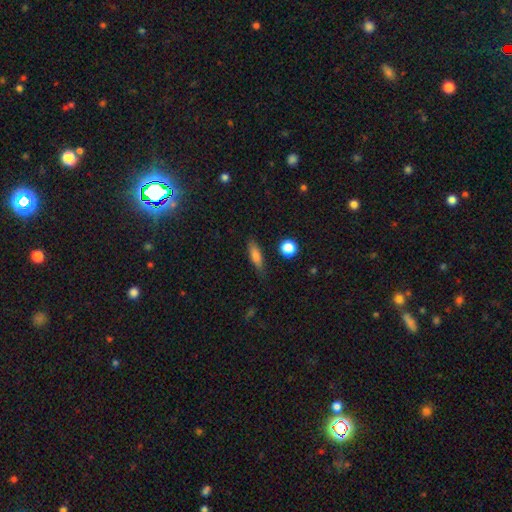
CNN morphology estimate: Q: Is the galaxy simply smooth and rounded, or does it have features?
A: smooth — 76%.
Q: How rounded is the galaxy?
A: cigar-shaped — 55%.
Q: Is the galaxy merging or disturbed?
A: none — 78%.